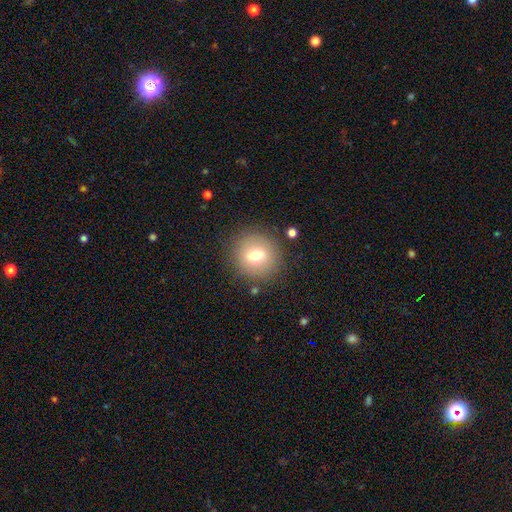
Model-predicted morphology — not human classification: Q: Smooth or featured?
A: smooth (73%); runner-up: featured or disk (17%)
Q: How rounded?
A: round (89%); runner-up: in between (10%)
Q: Merging?
A: none (85%); runner-up: minor disturbance (9%)